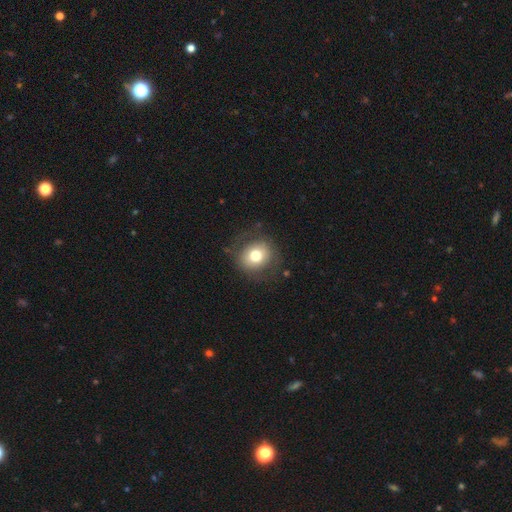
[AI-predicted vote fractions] Morphology: type=smooth (73%); roundness=round (79%); merging=none (79%).